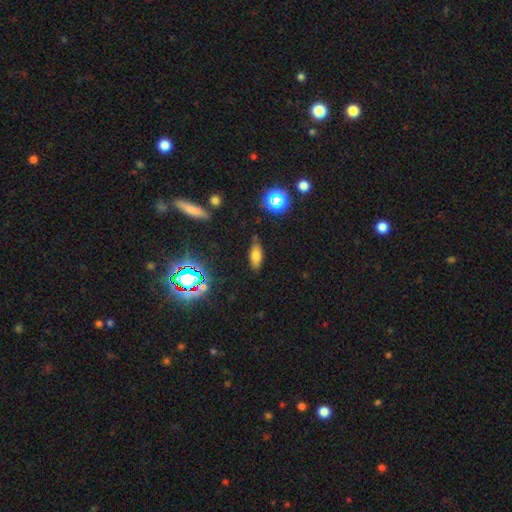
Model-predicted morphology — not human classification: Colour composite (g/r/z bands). It shows a smooth galaxy with no disk features (71%) that is in between round and cigar-shaped (80%). Merging: none (77%).